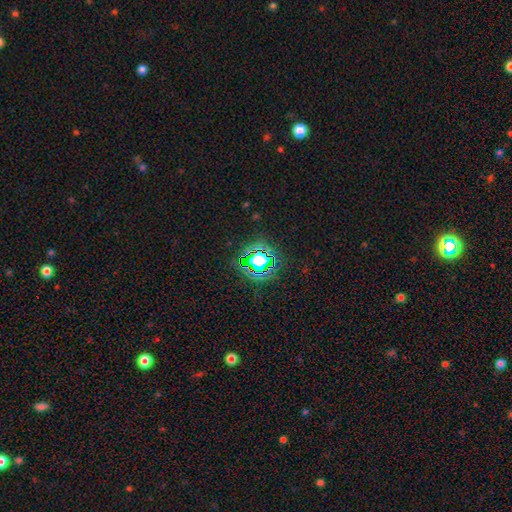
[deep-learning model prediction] smooth_or_featured: star or artifact (p=0.69) [alt: smooth p=0.21]